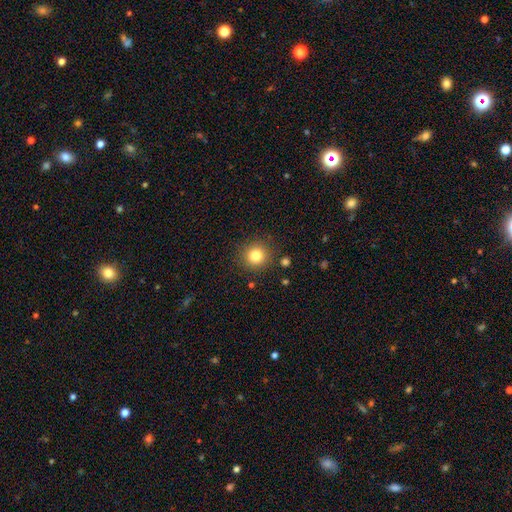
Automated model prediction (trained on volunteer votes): Q: Smooth or featured?
A: smooth (82%); runner-up: star or artifact (12%)
Q: How rounded?
A: round (92%); runner-up: in between (7%)
Q: Merging?
A: none (88%); runner-up: minor disturbance (7%)